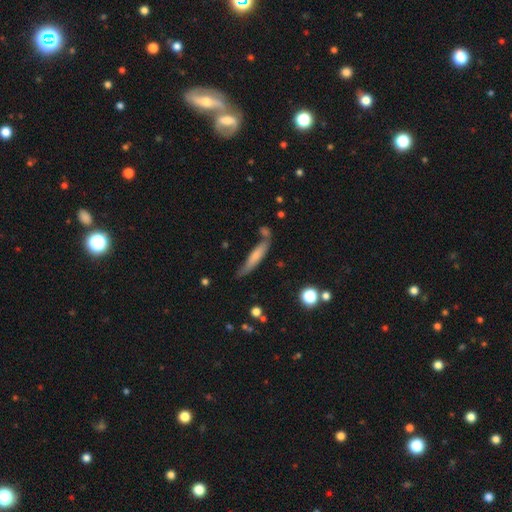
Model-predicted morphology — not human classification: Smooth or featured?
  - smooth: 64% *
  - featured or disk: 29%
  - star or artifact: 7%
How rounded?
  - cigar-shaped: 87% *
  - in between: 12%
  - round: 2%
Merging?
  - none: 61% *
  - minor disturbance: 22%
  - merger: 10%
  - major disturbance: 6%